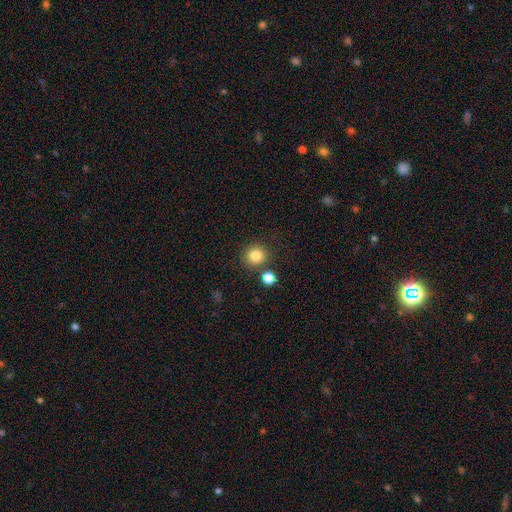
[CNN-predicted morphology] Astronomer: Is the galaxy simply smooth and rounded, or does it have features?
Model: smooth — 83%.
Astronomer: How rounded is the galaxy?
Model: round — 91%.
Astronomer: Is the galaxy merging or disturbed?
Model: none — 79%.